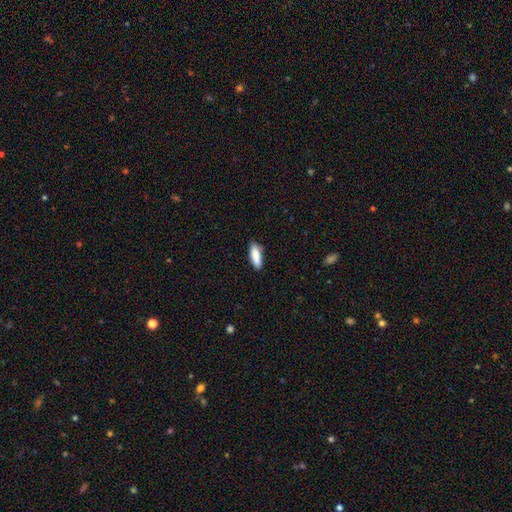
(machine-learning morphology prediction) Overall: smooth (87%). How rounded: in between (54%; cigar-shaped 44%). Merging: none (84%).